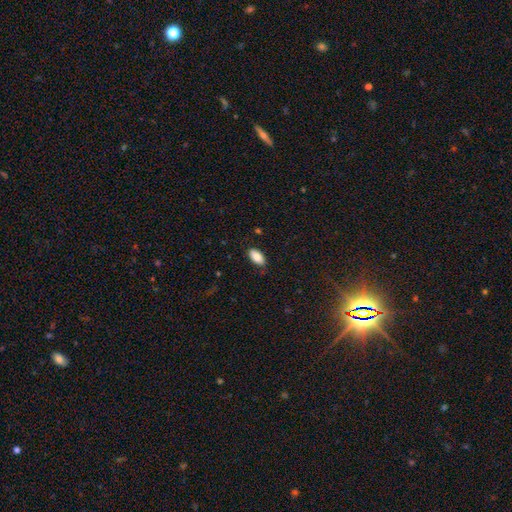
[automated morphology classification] Q: Smooth or featured?
A: smooth (83%); runner-up: featured or disk (10%)
Q: How rounded?
A: in between (93%); runner-up: cigar-shaped (5%)
Q: Merging?
A: none (84%); runner-up: minor disturbance (13%)